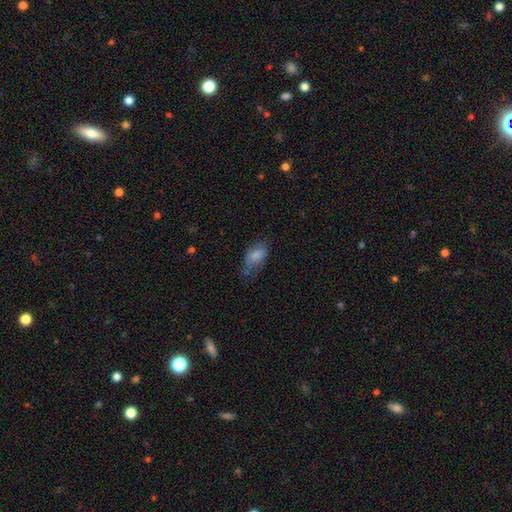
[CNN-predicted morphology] Overall: smooth (79%). How rounded: in between (92%). Merging: none (48%; minor disturbance 33%).